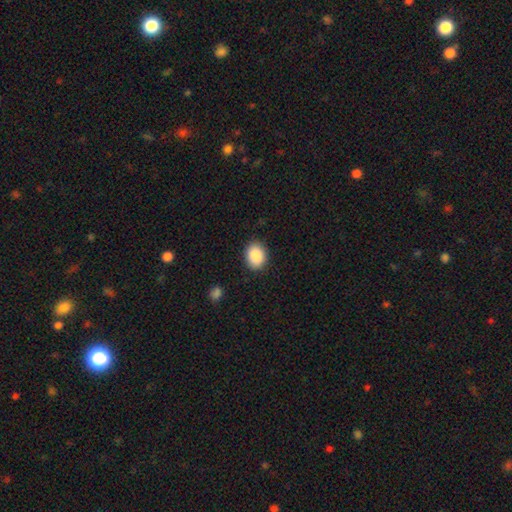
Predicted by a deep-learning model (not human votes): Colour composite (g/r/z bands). It shows a smooth galaxy with no disk features (89%) that is in between round and cigar-shaped (55%). Merging: none (88%).